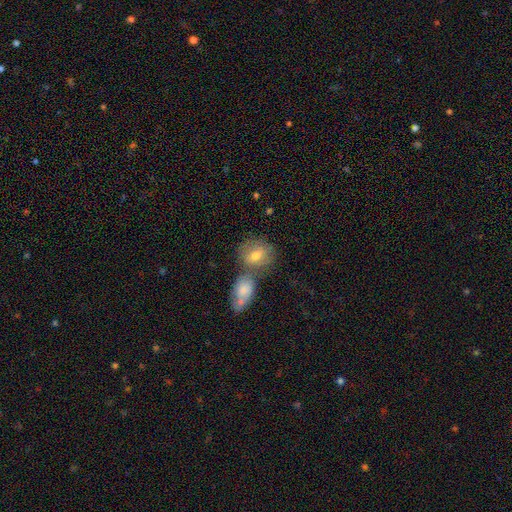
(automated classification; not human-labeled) Smooth or featured? Predicted: smooth (p=0.69). How rounded? Predicted: in between (p=0.51). Merging? Predicted: none (p=0.42).